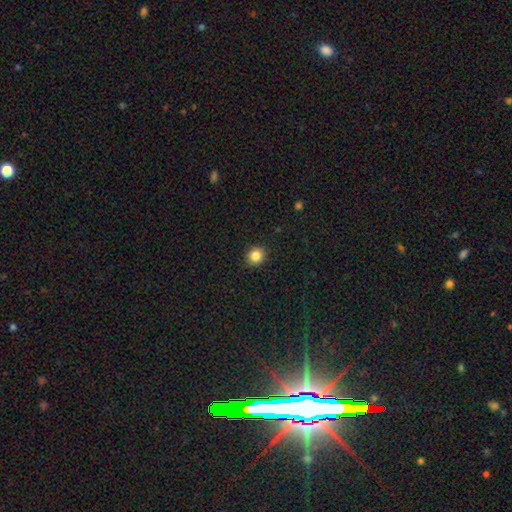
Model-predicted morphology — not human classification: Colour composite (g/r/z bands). It shows a smooth galaxy with no disk features (85%) that is round (83%). Merging: none (92%).